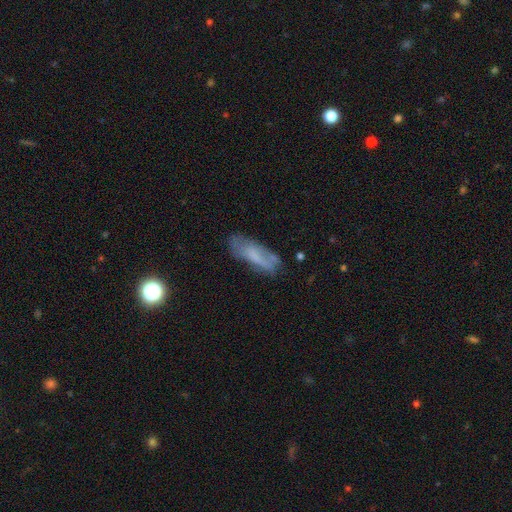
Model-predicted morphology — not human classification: The model was most divided on "how rounded": in between: 57%, cigar-shaped: 41%, round: 2%. More confident: smooth or featured — smooth (57%); merging — none (56%).